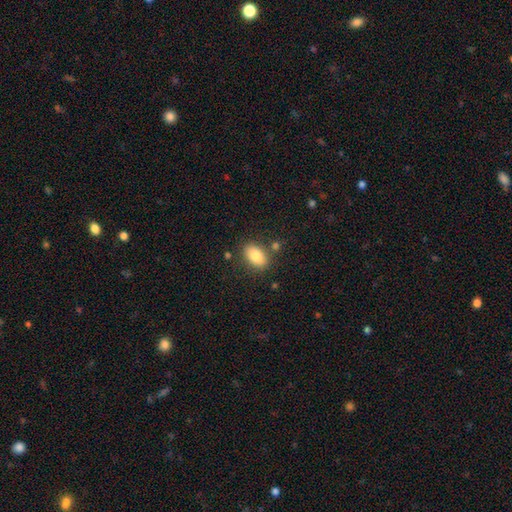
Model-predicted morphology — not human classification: Overall: smooth (84%). How rounded: in between (90%). Merging: none (79%).